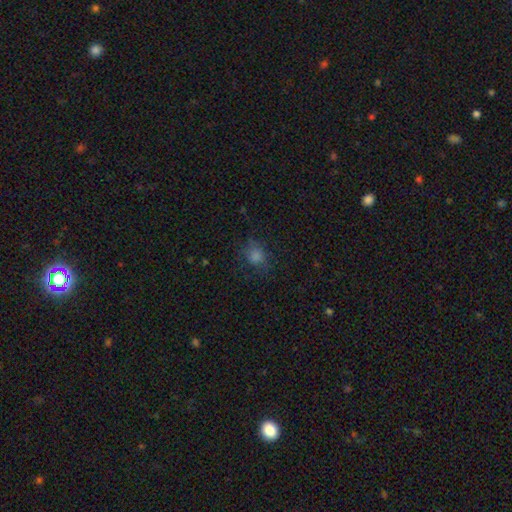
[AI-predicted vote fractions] Overall: smooth (69%). How rounded: round (69%). Merging: none (72%).